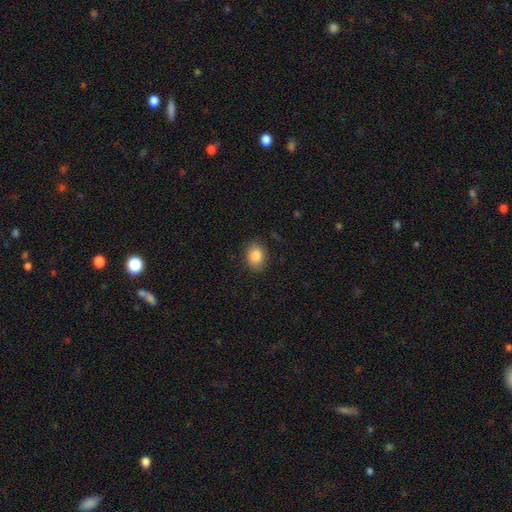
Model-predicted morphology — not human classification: A smooth galaxy with no disk features (86%) that is in between round and cigar-shaped (62%).

Vote fractions:
- Smooth or featured? smooth: 86% / star or artifact: 8% / featured or disk: 6%
- How rounded? in between: 62% / round: 37% / cigar-shaped: 1%
- Merging? none: 85% / minor disturbance: 11% / major disturbance: 3% / merger: 1%